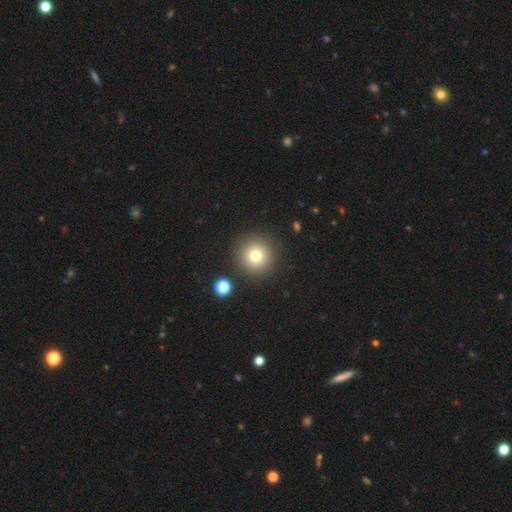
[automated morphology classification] Smooth or featured: smooth — 77% (star or artifact — 14%)
How rounded: round — 95% (in between — 4%)
Merging: none — 89% (minor disturbance — 6%)